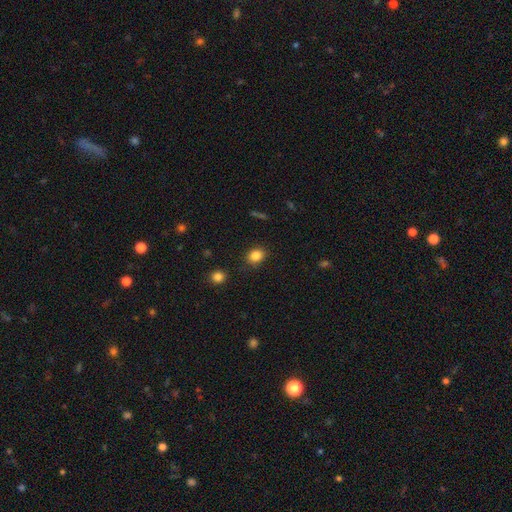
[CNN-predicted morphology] type=smooth (85%); roundness=round (53%); merging=none (85%).